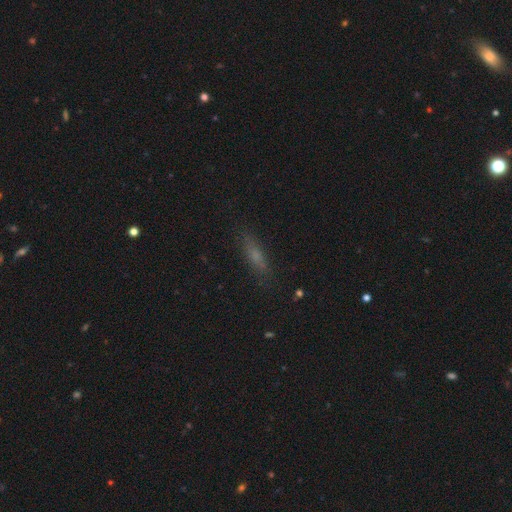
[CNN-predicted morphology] A smooth galaxy with no disk features (58%) that is cigar-shaped (69%).

Vote fractions:
- Smooth or featured? smooth: 58% / featured or disk: 26% / star or artifact: 16%
- How rounded? cigar-shaped: 69% / in between: 28% / round: 3%
- Merging? none: 83% / minor disturbance: 12% / major disturbance: 3% / merger: 1%